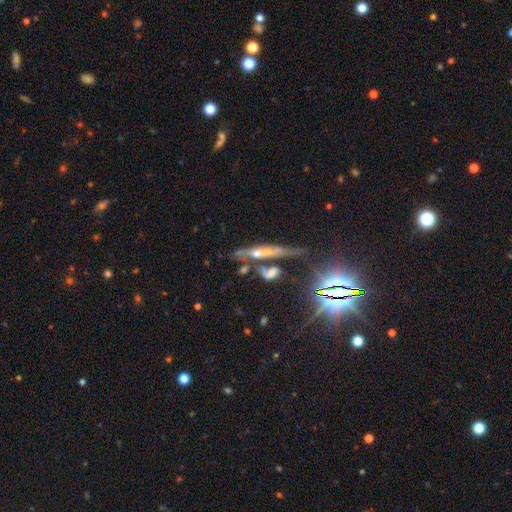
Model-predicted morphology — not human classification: Smooth or featured? Predicted: featured or disk (p=0.43). Merging? Predicted: none (p=0.56).